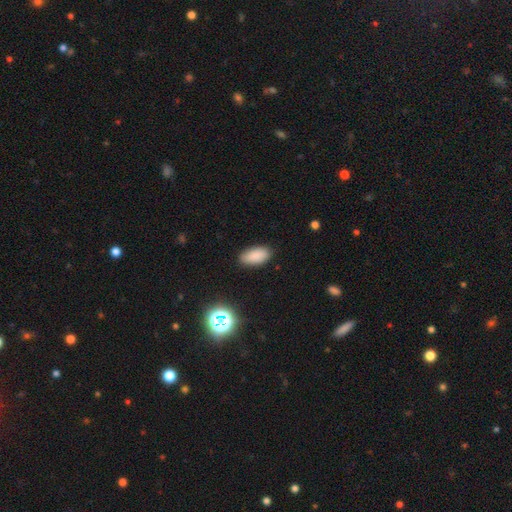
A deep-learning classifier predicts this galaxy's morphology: Smooth or featured? smooth (87%)
How rounded? in between (91%)
Merging? none (87%)